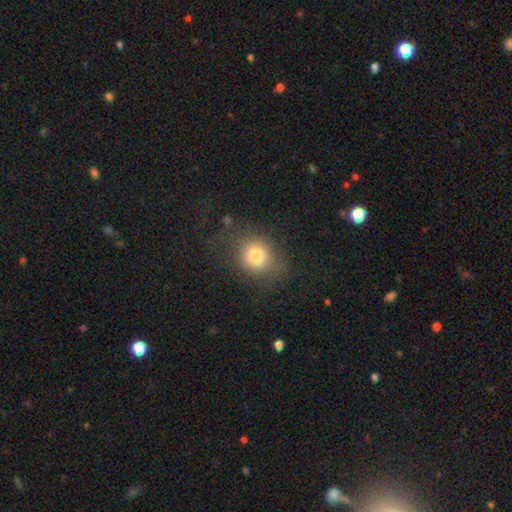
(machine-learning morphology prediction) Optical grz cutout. It shows a smooth galaxy with no disk features (79%) that is round (70%). Merging: none (65%).